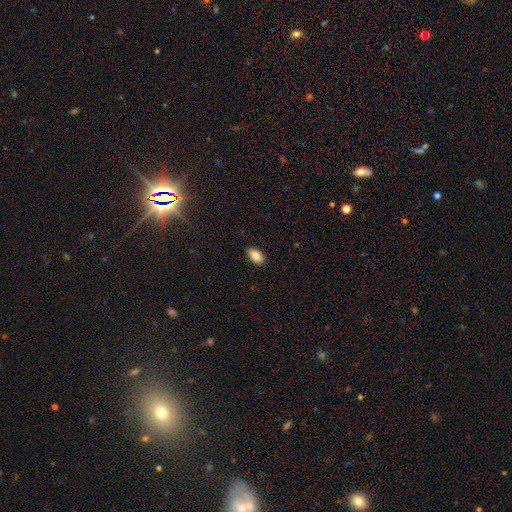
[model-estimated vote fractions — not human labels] Q: Smooth or featured?
A: smooth (86%); runner-up: star or artifact (8%)
Q: How rounded?
A: in between (93%); runner-up: round (4%)
Q: Merging?
A: none (87%); runner-up: minor disturbance (10%)